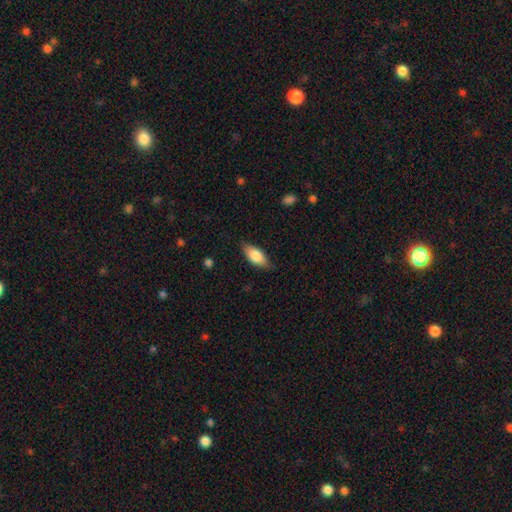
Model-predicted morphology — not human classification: A smooth galaxy with no disk features (81%) that is in between round and cigar-shaped (87%).

Vote fractions:
- Smooth or featured? smooth: 81% / featured or disk: 13% / star or artifact: 6%
- How rounded? in between: 87% / cigar-shaped: 11% / round: 3%
- Merging? none: 81% / minor disturbance: 15% / major disturbance: 3% / merger: 1%